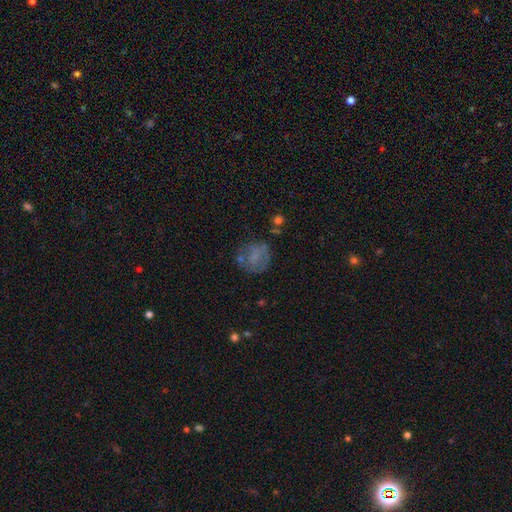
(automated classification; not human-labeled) smooth-or-featured: smooth: 57% | featured or disk: 29% | star or artifact: 14%
  how-rounded: round: 79% | in between: 20% | cigar-shaped: 1%
  merging: none: 58% | minor disturbance: 21% | major disturbance: 15% | merger: 6%